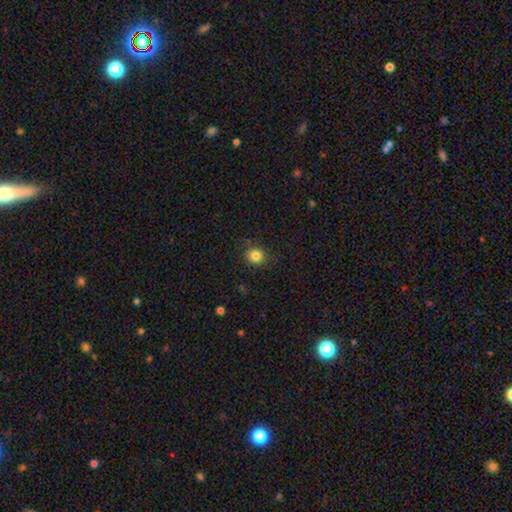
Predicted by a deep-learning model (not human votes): A smooth galaxy with no disk features (83%) that is round (84%).

Vote fractions:
- Smooth or featured? smooth: 83% / star or artifact: 11% / featured or disk: 6%
- How rounded? round: 84% / in between: 15% / cigar-shaped: 1%
- Merging? none: 86% / minor disturbance: 10% / major disturbance: 3% / merger: 1%